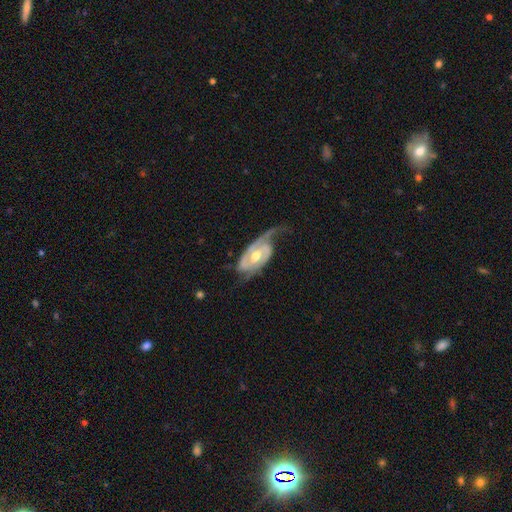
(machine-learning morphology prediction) This is clearly a featured or disk galaxy (89%). It is clearly not viewed edge-on (95%). Bar: marginally weak (41%). Spiral arm pattern: clearly yes (96%). Spiral arm count: likely 2 (78%). Spiral winding: marginally medium (41%). Central bulge: likely moderate (73%). Merging: possibly none (56%).